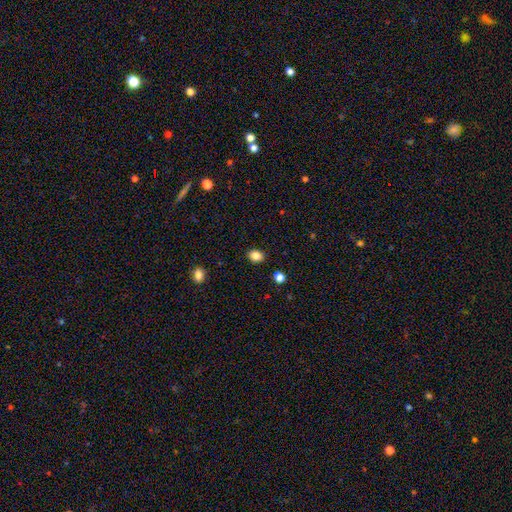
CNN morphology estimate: Smooth or featured? Predicted: smooth (p=0.85). How rounded? Predicted: in between (p=0.60). Merging? Predicted: none (p=0.89).